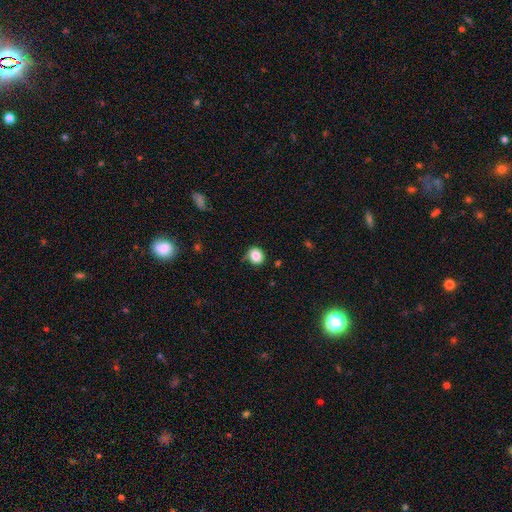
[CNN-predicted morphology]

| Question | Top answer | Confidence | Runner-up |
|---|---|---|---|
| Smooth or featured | smooth | 85% | star or artifact (10%) |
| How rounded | round | 71% | in between (28%) |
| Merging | none | 75% | minor disturbance (19%) |